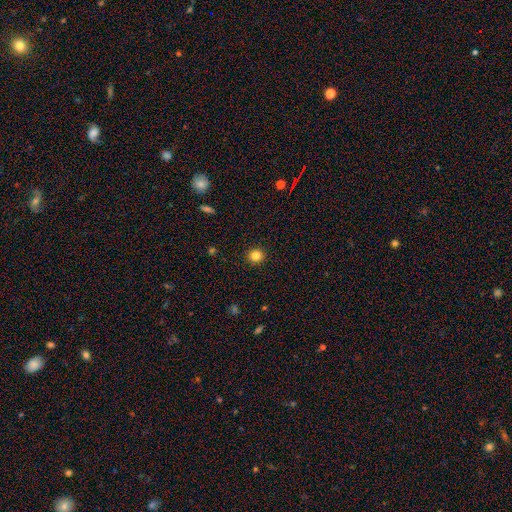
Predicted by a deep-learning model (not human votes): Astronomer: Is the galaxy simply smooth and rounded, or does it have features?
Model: smooth — 83%.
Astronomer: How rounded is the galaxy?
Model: round — 92%.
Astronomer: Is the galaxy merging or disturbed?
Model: none — 92%.